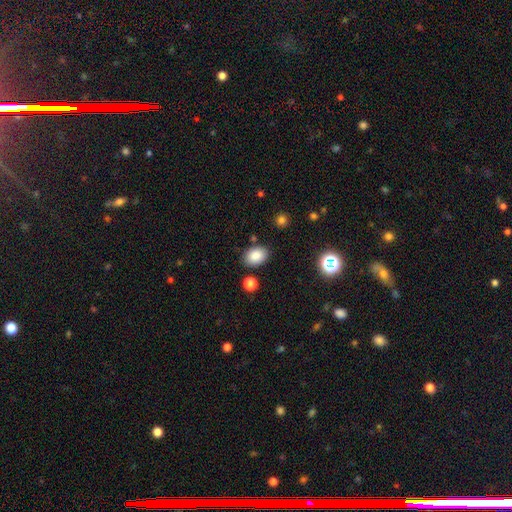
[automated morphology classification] The model was most divided on "how rounded": in between: 79%, round: 20%, cigar-shaped: 1%. More confident: smooth or featured — smooth (86%); merging — none (82%).